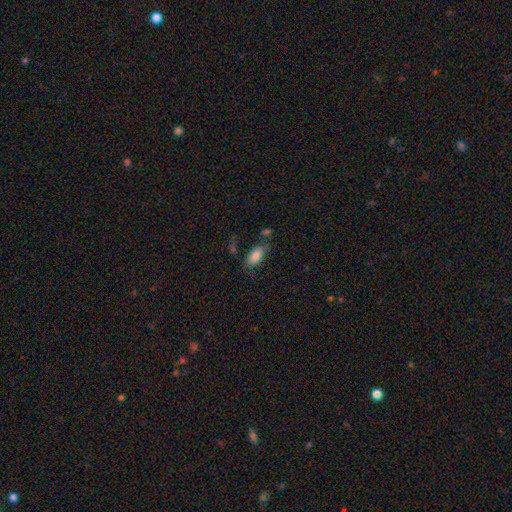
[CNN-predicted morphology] smooth-or-featured: smooth: 82% | featured or disk: 10% | star or artifact: 8%
  how-rounded: in between: 90% | cigar-shaped: 7% | round: 3%
  merging: none: 63% | minor disturbance: 21% | merger: 9% | major disturbance: 8%